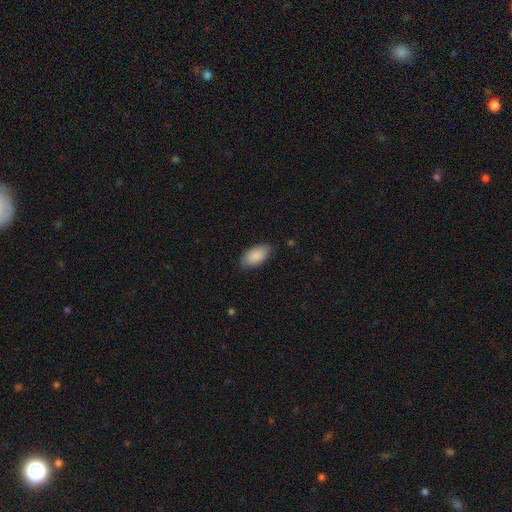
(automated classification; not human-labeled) Overall: smooth (88%). How rounded: in between (94%). Merging: none (82%).